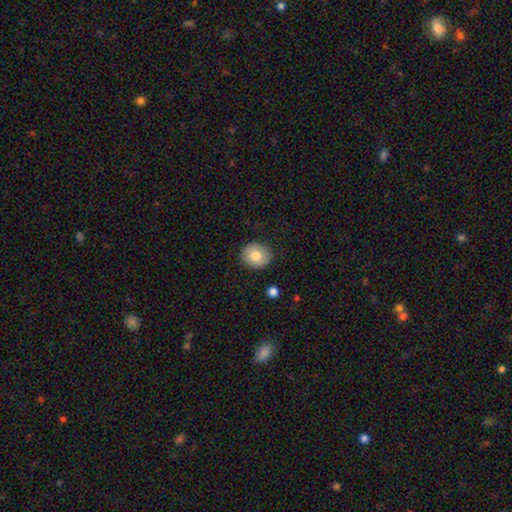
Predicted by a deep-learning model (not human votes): smooth-or-featured: smooth: 79% | featured or disk: 13% | star or artifact: 8%
  how-rounded: round: 72% | in between: 27% | cigar-shaped: 1%
  merging: none: 87% | minor disturbance: 9% | major disturbance: 2% | merger: 1%